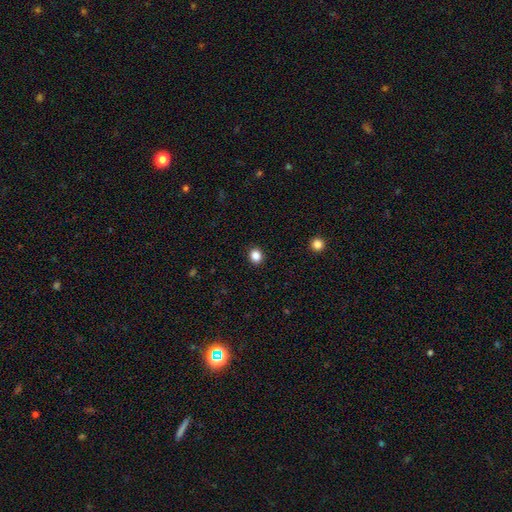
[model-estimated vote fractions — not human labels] Smooth or featured: smooth — 85% (star or artifact — 11%)
How rounded: round — 78% (in between — 21%)
Merging: none — 92% (minor disturbance — 5%)